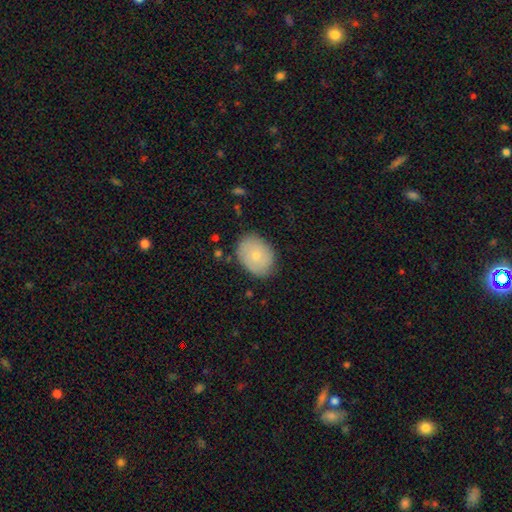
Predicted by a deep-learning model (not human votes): Smooth or featured?
  - smooth: 65% *
  - featured or disk: 28%
  - star or artifact: 7%
How rounded?
  - in between: 64% *
  - round: 35%
  - cigar-shaped: 1%
Merging?
  - none: 77% *
  - minor disturbance: 18%
  - major disturbance: 4%
  - merger: 1%